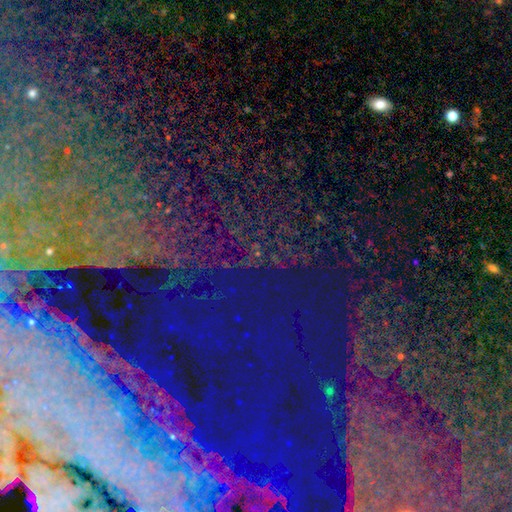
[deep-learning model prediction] star or artifact 72%, featured or disk 16%, smooth 12%.